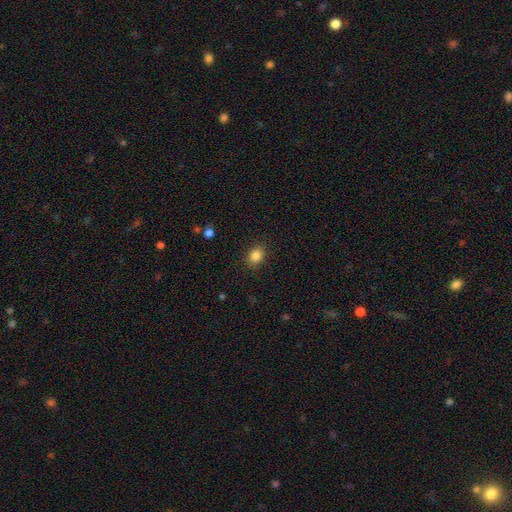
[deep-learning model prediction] A smooth galaxy with no disk features (85%) that is in between round and cigar-shaped (55%).

Vote fractions:
- Smooth or featured? smooth: 85% / star or artifact: 10% / featured or disk: 5%
- How rounded? in between: 55% / round: 44% / cigar-shaped: 1%
- Merging? none: 88% / minor disturbance: 9% / major disturbance: 3% / merger: 1%